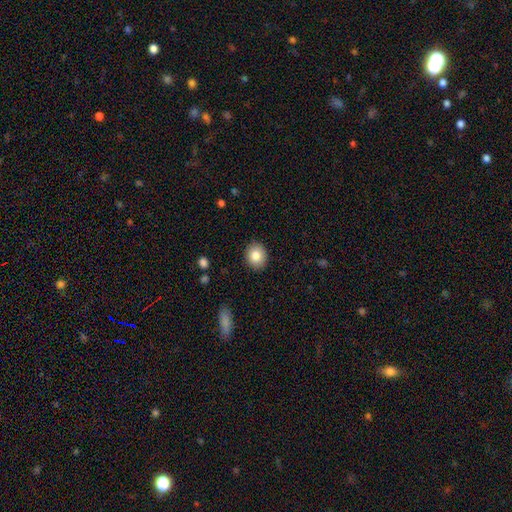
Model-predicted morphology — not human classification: A smooth galaxy with no disk features (84%) that is round (64%). Merging: none (90%).